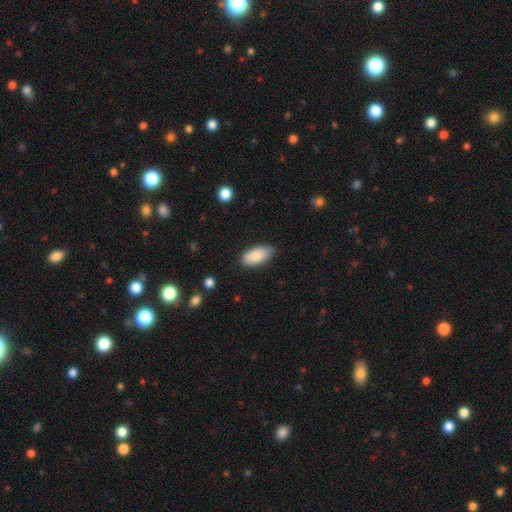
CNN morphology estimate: type=smooth (84%); roundness=in between (92%); merging=none (81%).